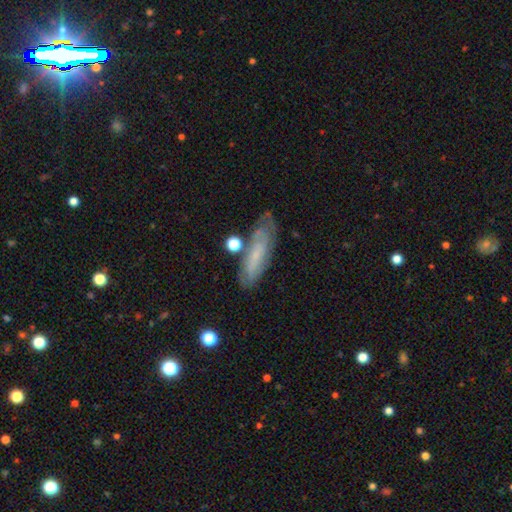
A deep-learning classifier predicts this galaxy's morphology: Q: Smooth or featured?
A: smooth (48%); runner-up: featured or disk (44%)
Q: Merging?
A: none (64%); runner-up: minor disturbance (22%)